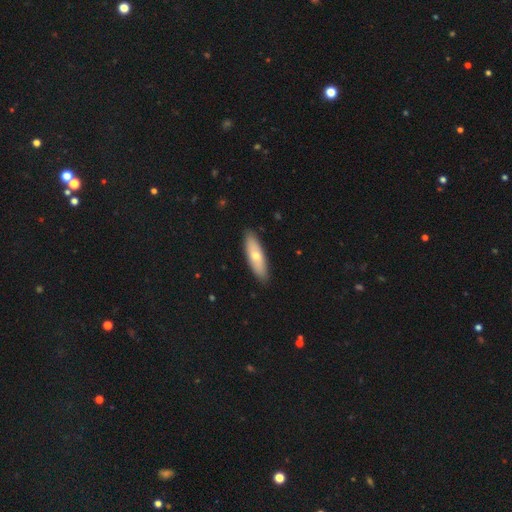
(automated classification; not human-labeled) Morphology: type=smooth (61%); roundness=in between (53%); merging=none (88%).